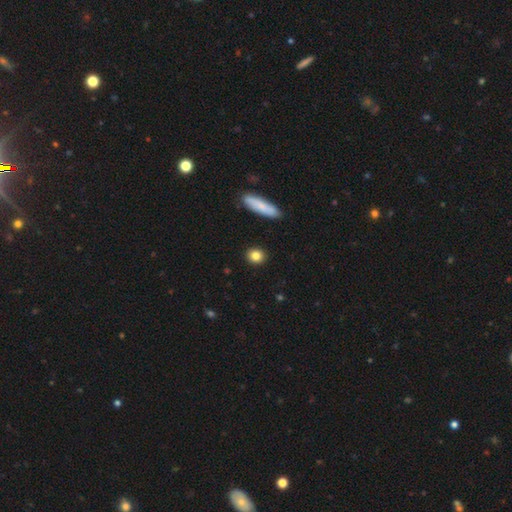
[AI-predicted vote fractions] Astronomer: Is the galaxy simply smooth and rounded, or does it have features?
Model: smooth — 84%.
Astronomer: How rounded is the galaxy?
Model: round — 78%.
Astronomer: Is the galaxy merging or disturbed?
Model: none — 91%.